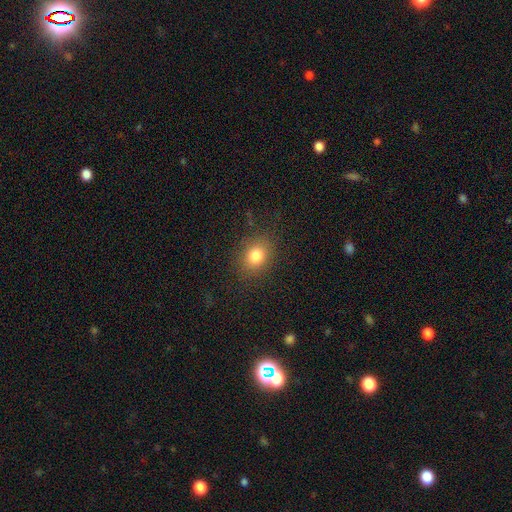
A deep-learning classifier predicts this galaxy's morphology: Q: Smooth or featured?
A: smooth (81%); runner-up: star or artifact (12%)
Q: How rounded?
A: round (52%); runner-up: in between (47%)
Q: Merging?
A: none (84%); runner-up: minor disturbance (11%)